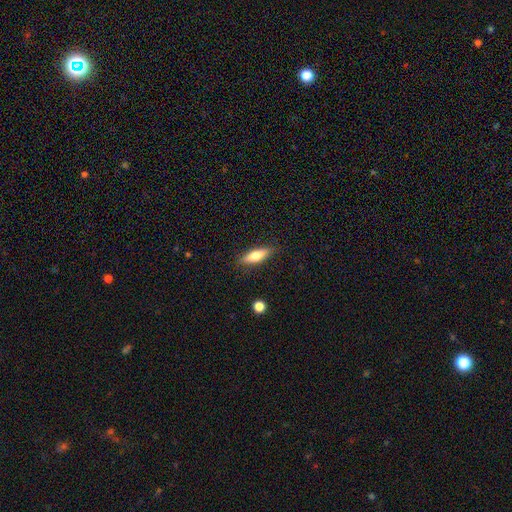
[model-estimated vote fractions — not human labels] A smooth galaxy with no disk features (69%) that is in between round and cigar-shaped (51%).

Vote fractions:
- Smooth or featured? smooth: 69% / featured or disk: 25% / star or artifact: 6%
- How rounded? in between: 51% / cigar-shaped: 47% / round: 2%
- Merging? none: 85% / minor disturbance: 11% / major disturbance: 3% / merger: 1%